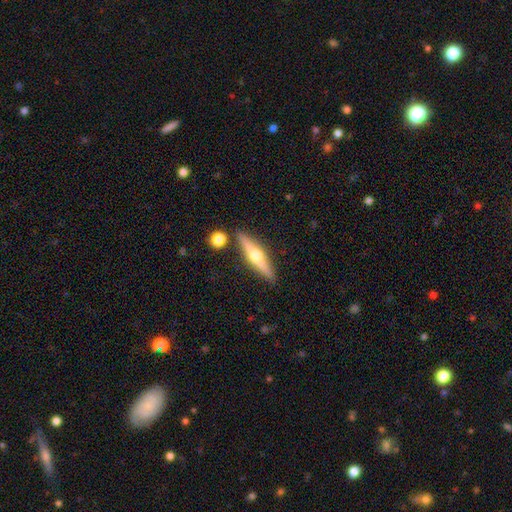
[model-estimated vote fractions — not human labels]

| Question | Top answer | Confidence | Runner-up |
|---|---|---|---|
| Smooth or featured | featured or disk | 65% | smooth (29%) |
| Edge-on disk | yes | 96% | no (4%) |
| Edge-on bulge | rounded | 95% | none (3%) |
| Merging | none | 86% | minor disturbance (8%) |